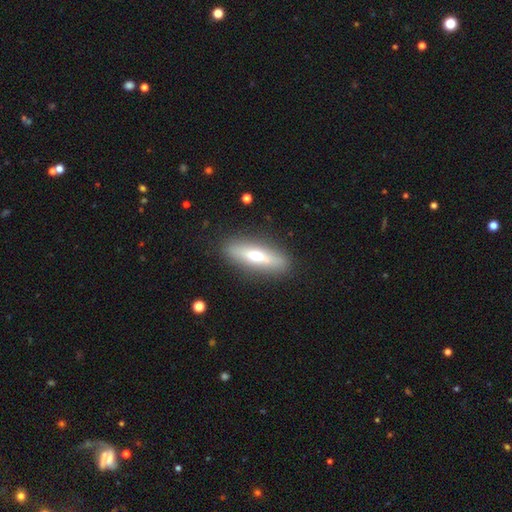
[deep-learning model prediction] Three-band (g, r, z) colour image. It shows a smooth galaxy with no disk features (49%). Merging: none (88%).